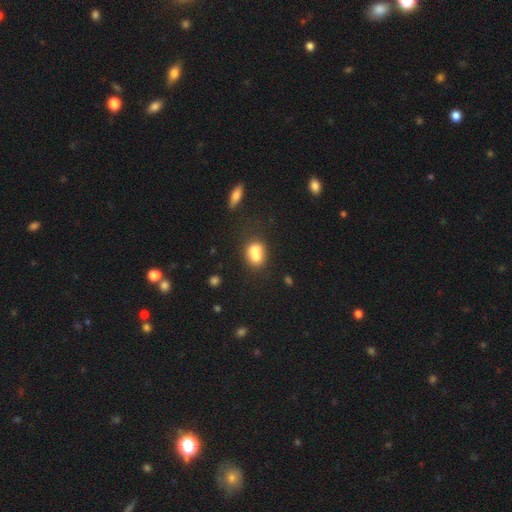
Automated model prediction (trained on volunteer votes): Morphology: type=smooth (71%); roundness=in between (60%); merging=merger (55%).